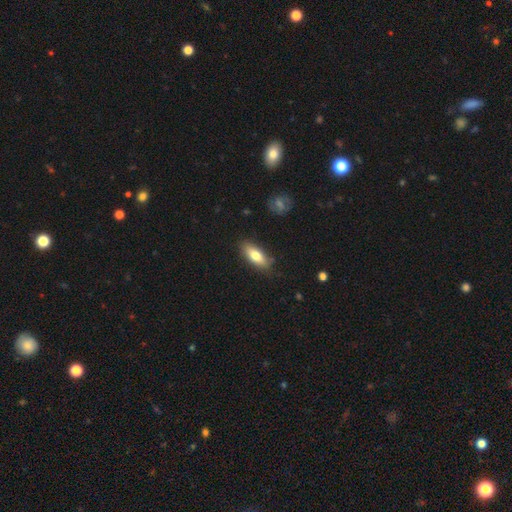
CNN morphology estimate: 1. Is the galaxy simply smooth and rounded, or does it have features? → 75% smooth, 18% featured or disk, 6% star or artifact.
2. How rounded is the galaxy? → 74% in between, 24% cigar-shaped, 3% round.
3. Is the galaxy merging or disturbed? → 81% none, 14% minor disturbance, 3% major disturbance, 2% merger.